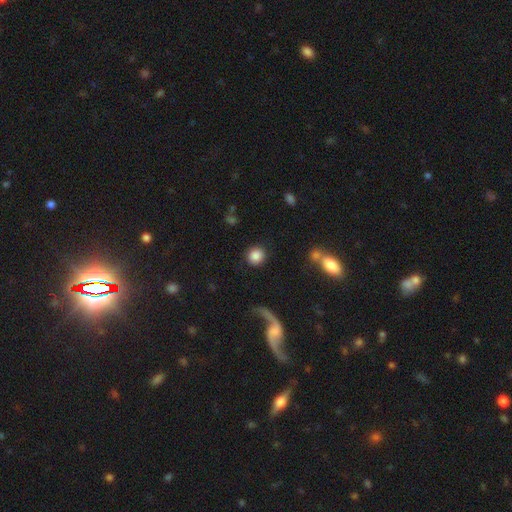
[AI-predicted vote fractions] This appears to be a smooth galaxy with no disk features (84%) that is round (91%). Merging: none (85%).